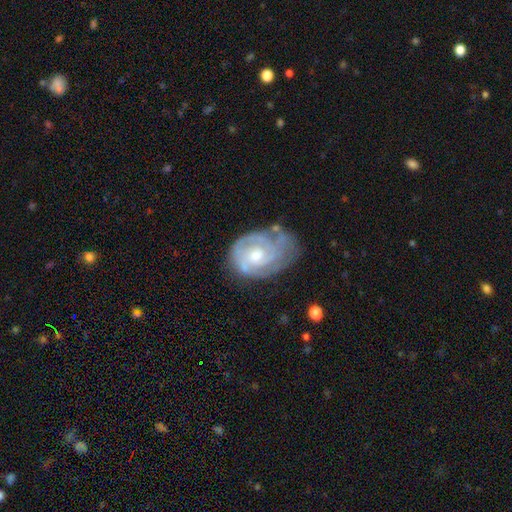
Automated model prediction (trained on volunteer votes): Smooth or featured? Predicted: featured or disk (p=0.80). Edge-on disk? Predicted: no (p=0.97). Bar? Predicted: no (p=0.71). Spiral arms? Predicted: yes (p=0.91). Spiral winding? Predicted: tight (p=0.65). Spiral arm count? Predicted: can't tell (p=0.36). Bulge size? Predicted: moderate (p=0.58). Merging? Predicted: none (p=0.54).